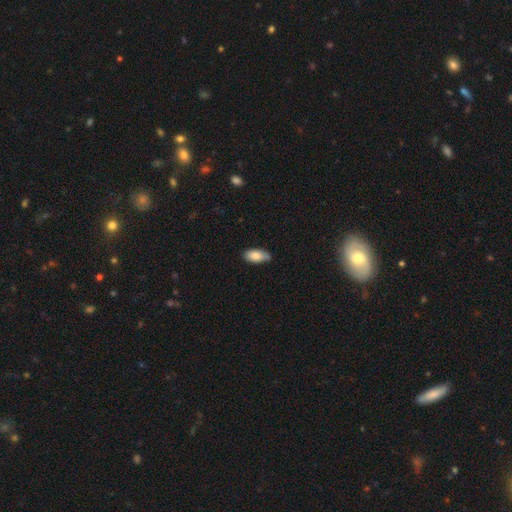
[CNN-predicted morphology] This is clearly a smooth galaxy (84%). How rounded: clearly in between (91%). Merging: likely none (72%).